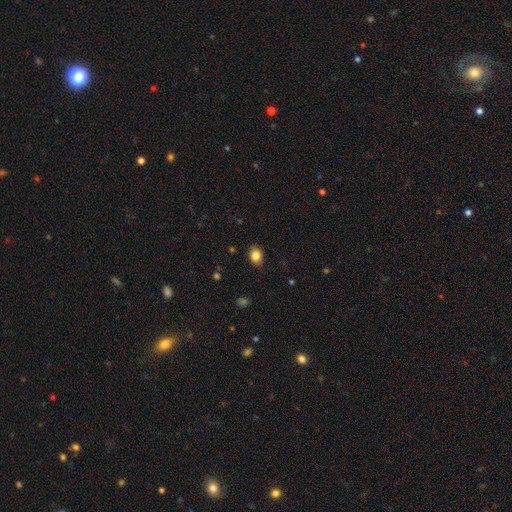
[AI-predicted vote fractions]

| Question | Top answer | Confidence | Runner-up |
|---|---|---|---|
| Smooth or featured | smooth | 83% | star or artifact (10%) |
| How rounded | in between | 64% | round (35%) |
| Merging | none | 83% | minor disturbance (13%) |